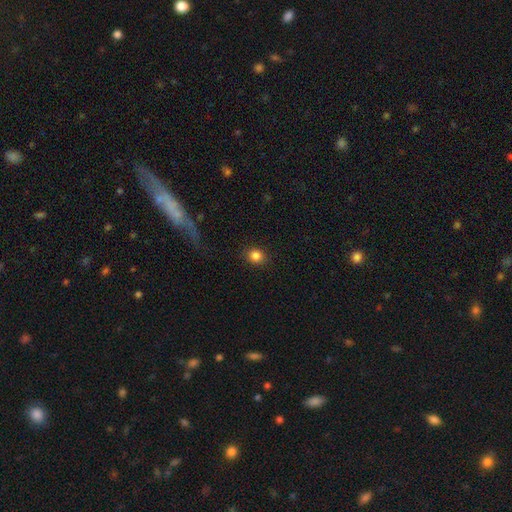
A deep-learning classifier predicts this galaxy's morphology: Smooth or featured? smooth (84%)
How rounded? round (77%)
Merging? none (89%)